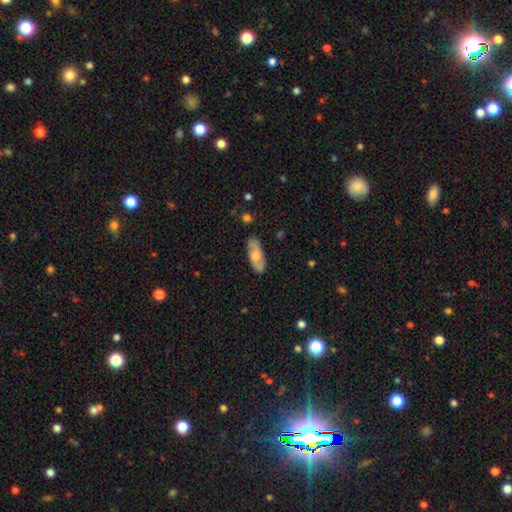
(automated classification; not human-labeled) This appears to be a smooth galaxy with no disk features (48%). Merging: none (84%).